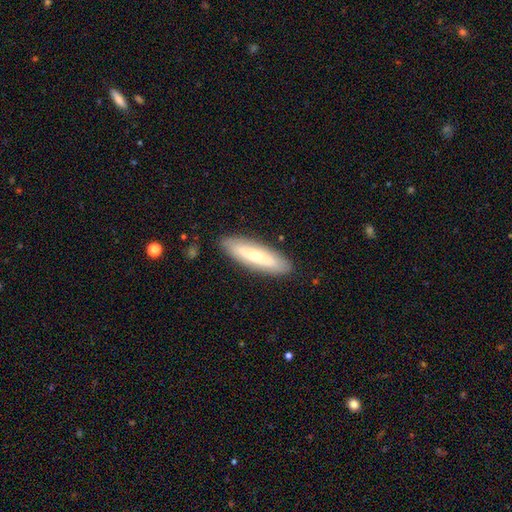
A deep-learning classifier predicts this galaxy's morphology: Smooth or featured: smooth — 49% (featured or disk — 45%)
Merging: none — 87% (minor disturbance — 10%)